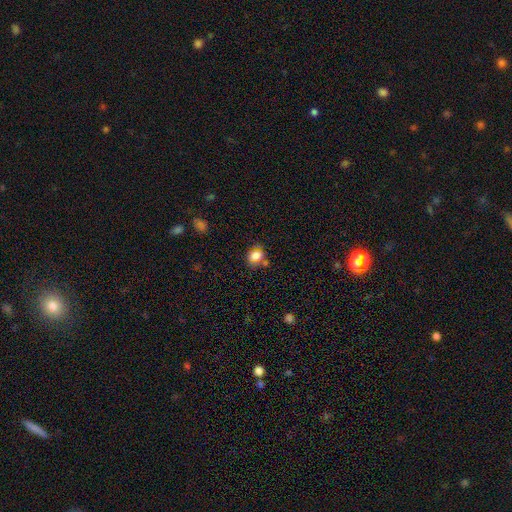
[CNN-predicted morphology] A smooth galaxy with no disk features (76%) that is round (54%).

Vote fractions:
- Smooth or featured? smooth: 76% / star or artifact: 14% / featured or disk: 10%
- How rounded? round: 54% / in between: 44% / cigar-shaped: 1%
- Merging? none: 63% / minor disturbance: 19% / merger: 11% / major disturbance: 6%